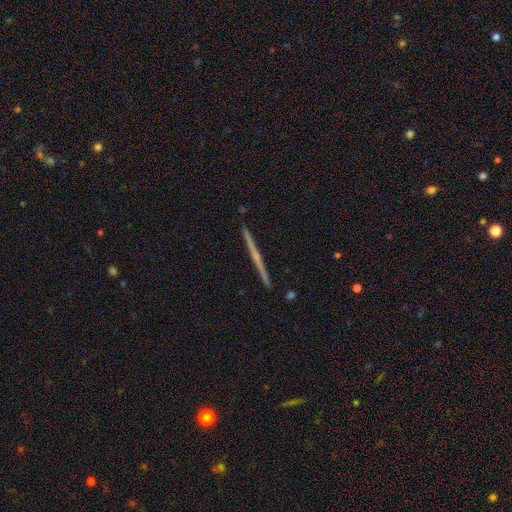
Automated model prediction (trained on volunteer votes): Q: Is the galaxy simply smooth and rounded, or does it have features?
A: featured or disk — 68%.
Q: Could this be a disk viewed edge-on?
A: yes — 99%.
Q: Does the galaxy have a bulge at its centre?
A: none — 69%.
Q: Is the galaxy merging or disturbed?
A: none — 93%.